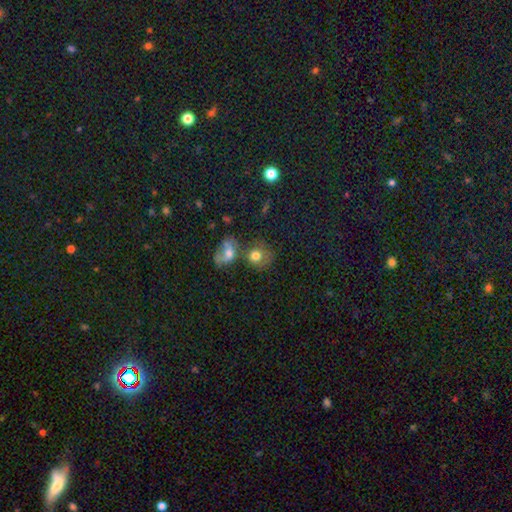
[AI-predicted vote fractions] This appears to be a smooth galaxy with no disk features (74%) that is round (71%). Merging: none (43%).